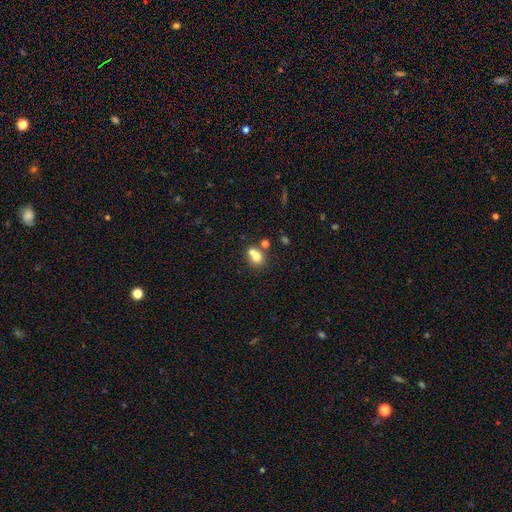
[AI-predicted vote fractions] smooth-or-featured: smooth: 70% | featured or disk: 17% | star or artifact: 13%
  how-rounded: round: 64% | in between: 35% | cigar-shaped: 1%
  merging: merger: 53% | none: 35% | minor disturbance: 8% | major disturbance: 4%